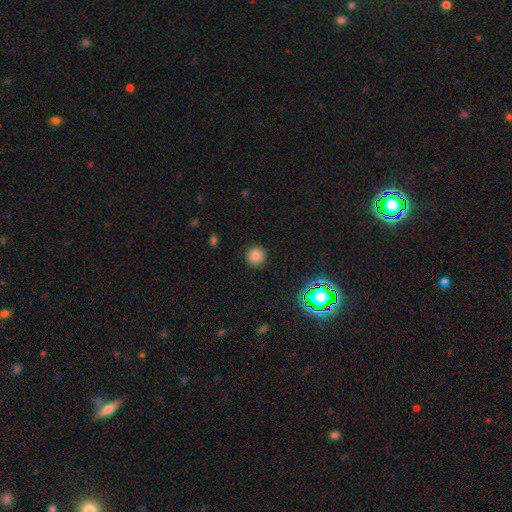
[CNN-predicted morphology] Overall: smooth (80%). How rounded: round (95%). Merging: none (91%).